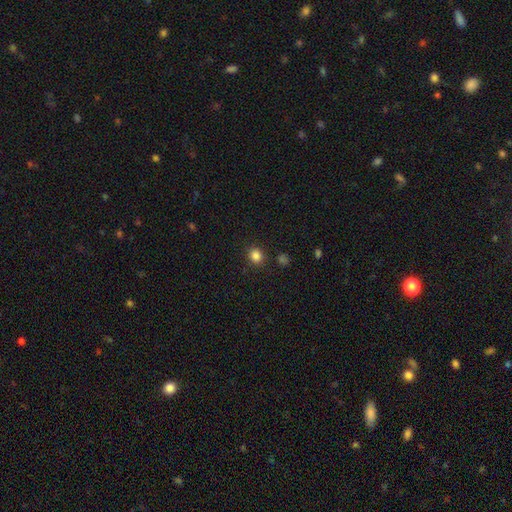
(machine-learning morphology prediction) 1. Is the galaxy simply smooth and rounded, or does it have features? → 84% smooth, 12% star or artifact, 4% featured or disk.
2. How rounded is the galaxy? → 77% round, 22% in between, 1% cigar-shaped.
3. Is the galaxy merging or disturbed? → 87% none, 7% minor disturbance, 3% merger, 3% major disturbance.